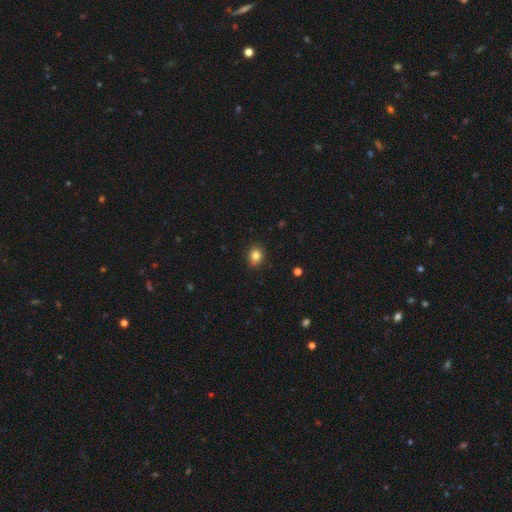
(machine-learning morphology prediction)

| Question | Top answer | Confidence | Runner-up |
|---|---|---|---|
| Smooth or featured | smooth | 83% | star or artifact (11%) |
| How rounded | round | 68% | in between (31%) |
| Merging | none | 89% | minor disturbance (8%) |